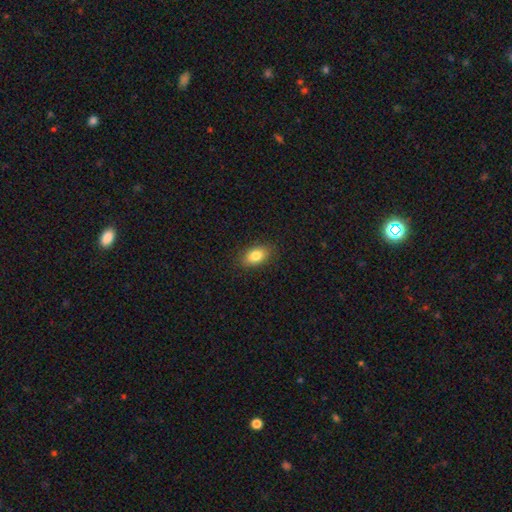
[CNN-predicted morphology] Smooth or featured?
  - smooth: 83% *
  - featured or disk: 9%
  - star or artifact: 8%
How rounded?
  - in between: 87% *
  - round: 10%
  - cigar-shaped: 3%
Merging?
  - none: 87% *
  - minor disturbance: 9%
  - major disturbance: 2%
  - merger: 1%